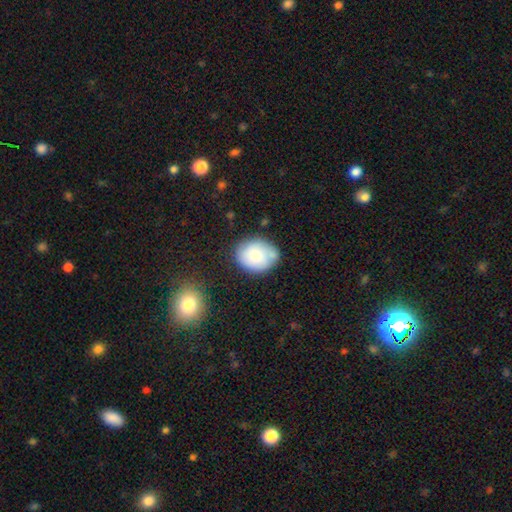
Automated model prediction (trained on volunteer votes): Smooth or featured: smooth — 79% (featured or disk — 13%)
How rounded: in between — 52% (round — 47%)
Merging: none — 62% (minor disturbance — 23%)